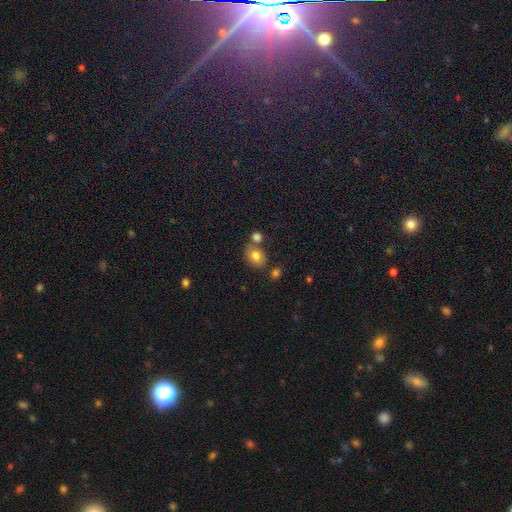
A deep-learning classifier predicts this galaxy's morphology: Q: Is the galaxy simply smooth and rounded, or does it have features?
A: smooth — 81%.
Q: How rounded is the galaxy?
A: round — 50%.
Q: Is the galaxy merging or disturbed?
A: none — 62%.